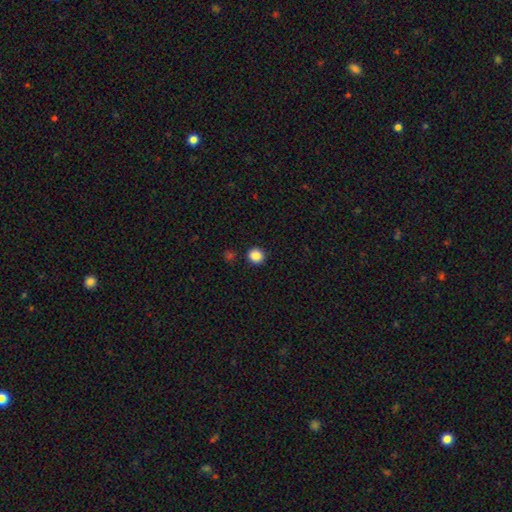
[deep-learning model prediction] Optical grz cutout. It shows a smooth galaxy with no disk features (87%) that is round (90%). Merging: none (89%).